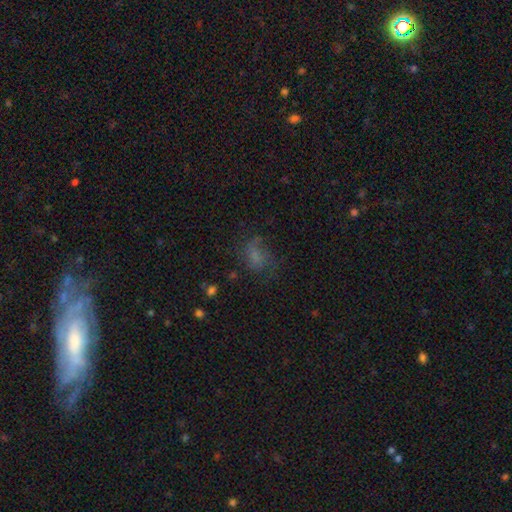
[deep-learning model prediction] Smooth or featured? Predicted: smooth (p=0.53). How rounded? Predicted: in between (p=0.69). Merging? Predicted: none (p=0.47).